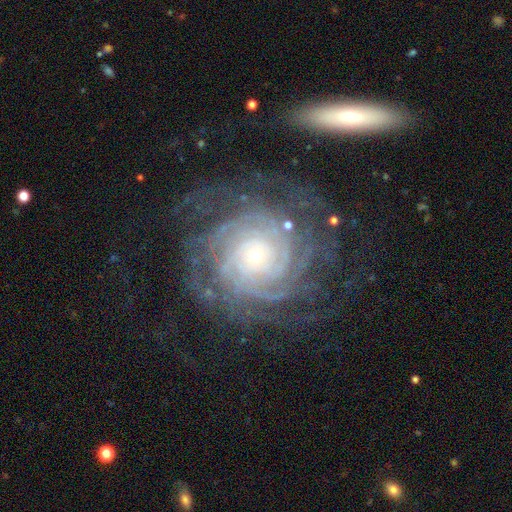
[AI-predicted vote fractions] Smooth or featured? featured or disk (88%)
Edge-on disk? no (97%)
Bar? no (79%)
Spiral arms? yes (98%)
Spiral winding? tight (82%)
Spiral arm count? more than 4 (25%, tied with can't tell)
Bulge size? small (75%)
Merging? none (74%)